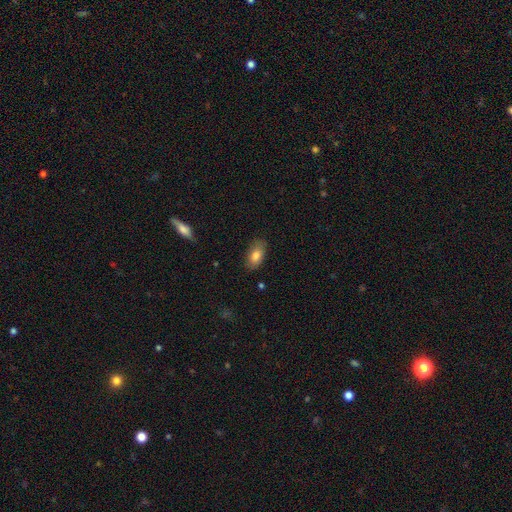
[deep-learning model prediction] Overall: smooth (82%). How rounded: in between (91%). Merging: none (82%).